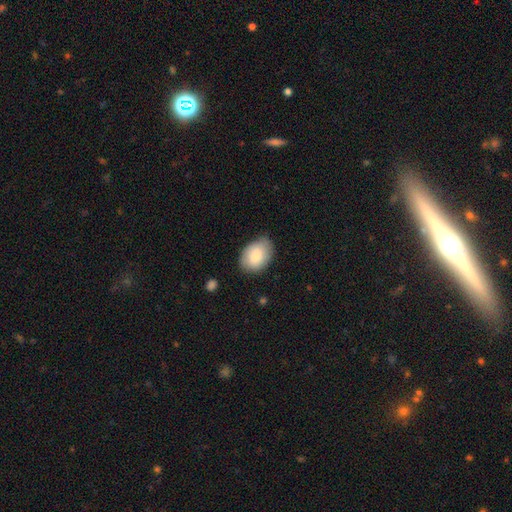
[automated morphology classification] Q: Smooth or featured?
A: smooth (82%); runner-up: featured or disk (12%)
Q: How rounded?
A: in between (83%); runner-up: round (16%)
Q: Merging?
A: none (73%); runner-up: minor disturbance (22%)